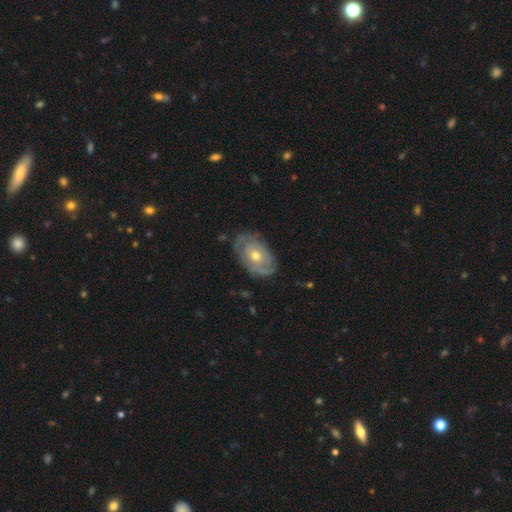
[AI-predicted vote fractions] smooth-or-featured: featured or disk: 74% | smooth: 20% | star or artifact: 6%
  disk-edge-on: no: 94% | yes: 6%
    bar: no: 83% | weak: 14% | strong: 3%
    has-spiral-arms: yes: 75% | no: 25%
      spiral-winding: tight: 70% | medium: 21% | loose: 8%
      spiral-arm-count: can't tell: 43% | 2: 37% | 3: 7% | 1: 7% | 4: 3% | more than 4: 3%
    bulge-size: moderate: 64% | small: 32% | large: 3% | none: 1% | dominant: 1%
  merging: none: 74% | minor disturbance: 19% | major disturbance: 5% | merger: 1%